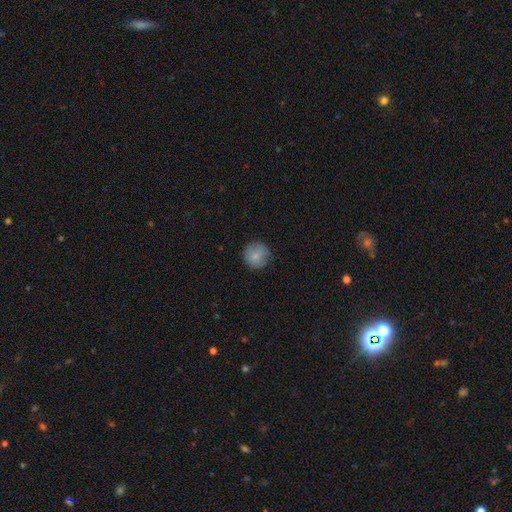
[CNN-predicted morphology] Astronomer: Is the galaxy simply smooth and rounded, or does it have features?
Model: smooth — 81%.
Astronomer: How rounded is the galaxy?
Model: round — 93%.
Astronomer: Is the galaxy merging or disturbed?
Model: none — 78%.